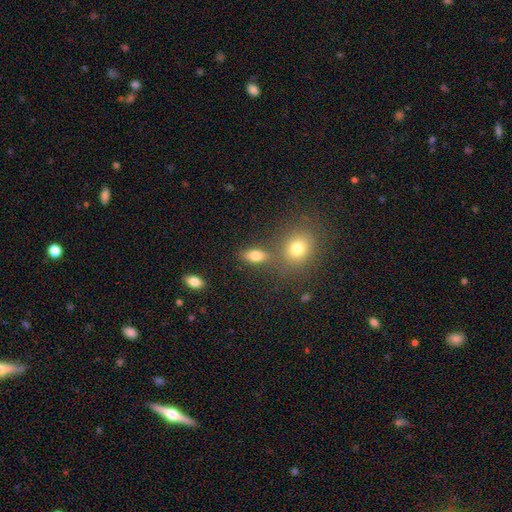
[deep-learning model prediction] The model was most divided on "merging": none: 69%, merger: 16%, minor disturbance: 11%, major disturbance: 4%. More confident: smooth or featured — smooth (77%); how rounded — in between (77%).